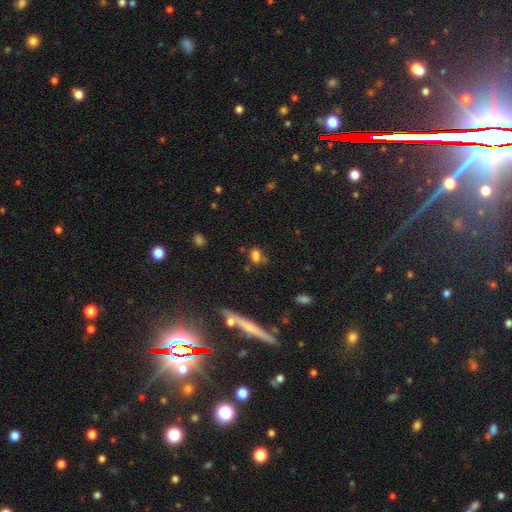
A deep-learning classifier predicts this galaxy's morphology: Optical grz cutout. It shows a smooth galaxy with no disk features (72%) that is in between round and cigar-shaped (76%). Merging: none (54%).